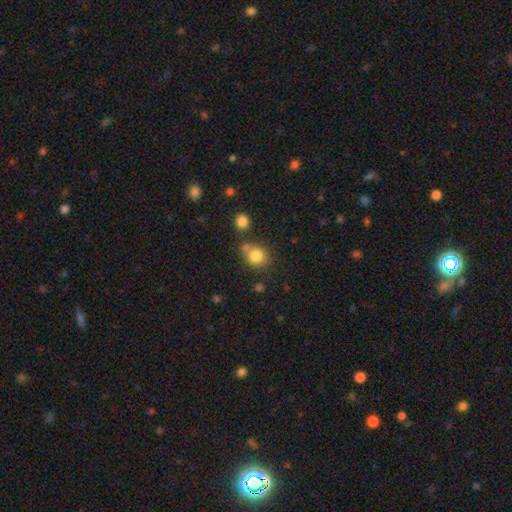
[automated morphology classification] Overall: smooth (81%). How rounded: round (76%). Merging: none (63%).